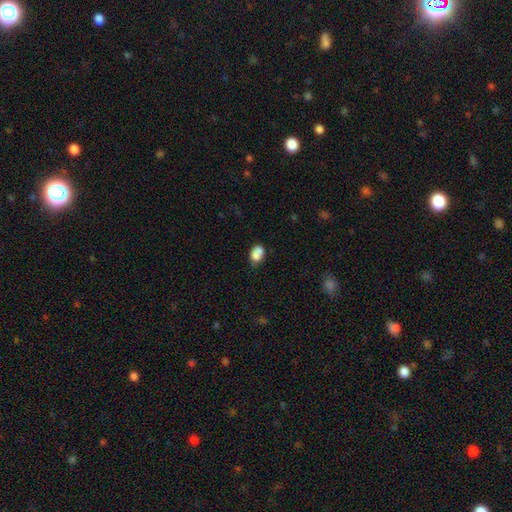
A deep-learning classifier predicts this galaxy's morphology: smooth 76%, featured or disk 15%, star or artifact 9%. Down the decision tree: how rounded — in between (68%); merging — merger (42%).